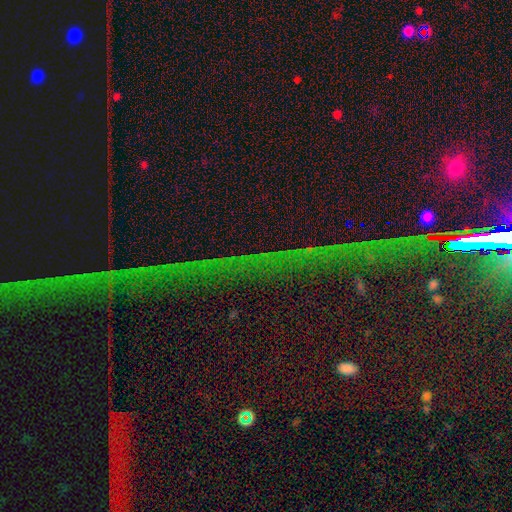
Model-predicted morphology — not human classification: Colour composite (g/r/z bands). It shows a star or artifact, not a galaxy (77%).